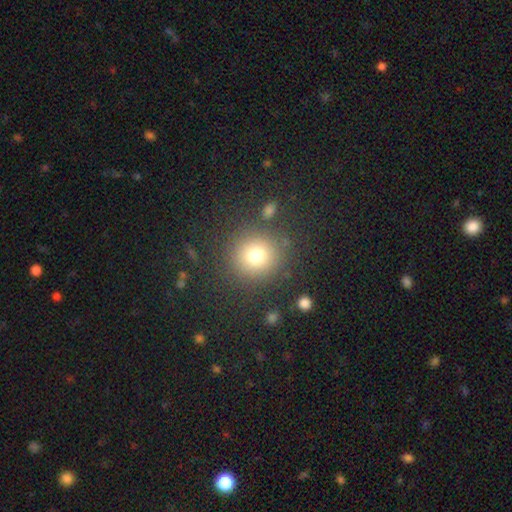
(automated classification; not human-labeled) Smooth or featured? smooth (75%)
How rounded? round (91%)
Merging? none (84%)